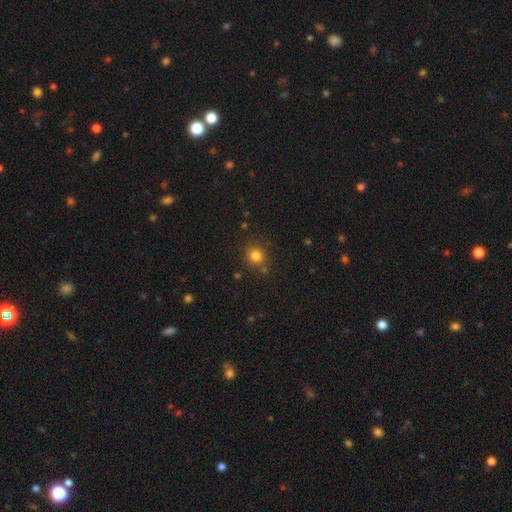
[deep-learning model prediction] Smooth or featured? smooth (81%)
How rounded? round (88%)
Merging? none (83%)